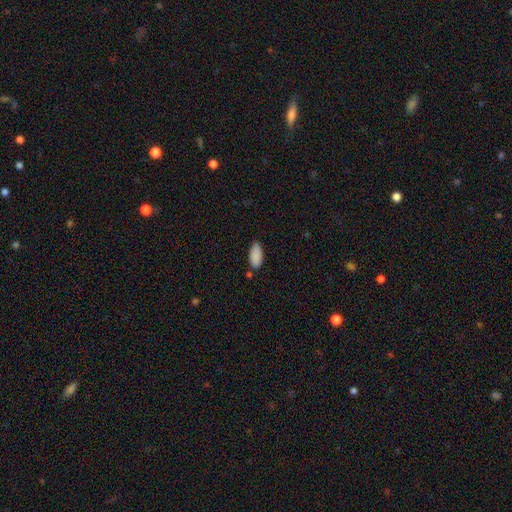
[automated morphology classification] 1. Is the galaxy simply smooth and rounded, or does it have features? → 88% smooth, 7% star or artifact, 5% featured or disk.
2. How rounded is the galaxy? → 89% in between, 9% cigar-shaped, 2% round.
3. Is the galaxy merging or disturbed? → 72% none, 19% minor disturbance, 5% merger, 3% major disturbance.